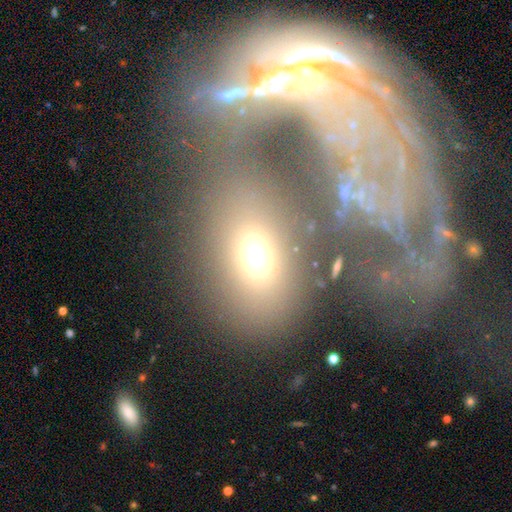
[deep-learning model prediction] smooth_or_featured: smooth (p=0.62) [alt: star or artifact p=0.23]
how_rounded: in between (p=0.67) [alt: round p=0.31]
merging: none (p=0.59) [alt: merger p=0.18]